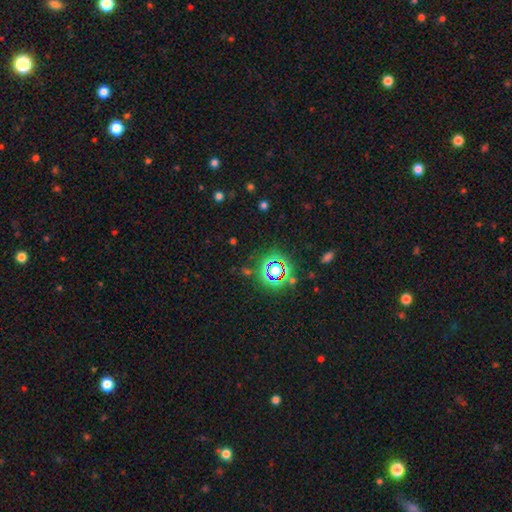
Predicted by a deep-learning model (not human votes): Morphology: type=star or artifact (61%).